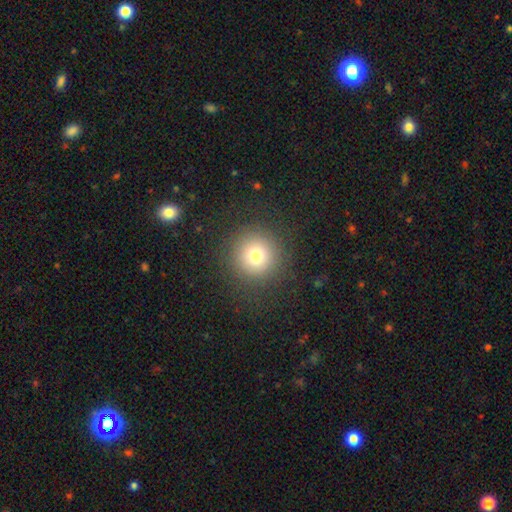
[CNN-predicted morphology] smooth 75%, star or artifact 15%, featured or disk 10%. Down the decision tree: how rounded — round (95%); merging — none (88%).